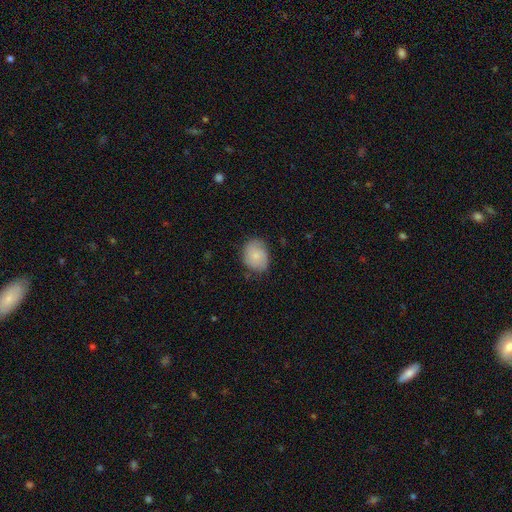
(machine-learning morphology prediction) The model was most divided on "how rounded": in between: 51%, round: 48%, cigar-shaped: 1%. More confident: smooth or featured — smooth (74%); merging — none (72%).